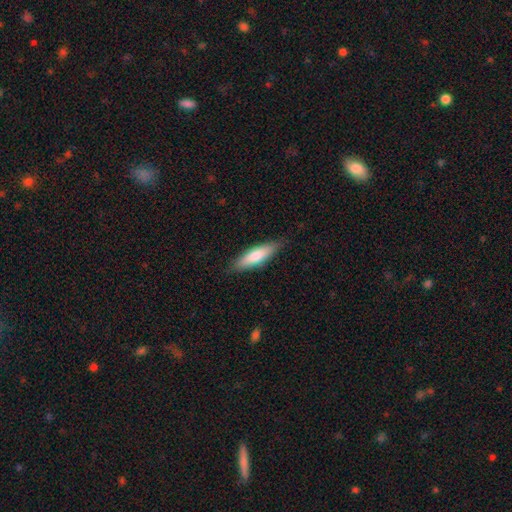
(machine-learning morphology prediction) Q: Smooth or featured?
A: smooth (76%); runner-up: featured or disk (18%)
Q: How rounded?
A: cigar-shaped (60%); runner-up: in between (38%)
Q: Merging?
A: none (85%); runner-up: minor disturbance (12%)